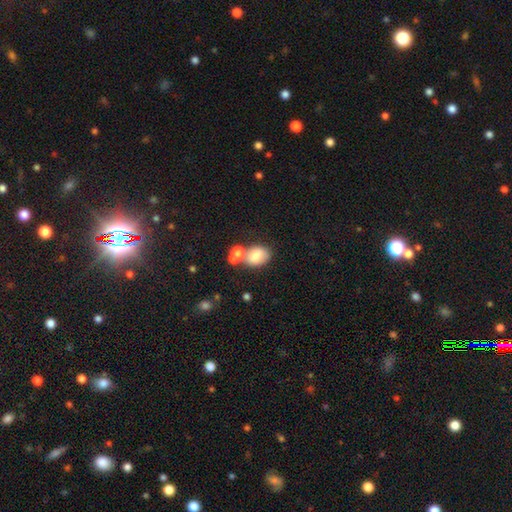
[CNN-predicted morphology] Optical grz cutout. It shows a smooth galaxy with no disk features (76%) that is in between round and cigar-shaped (73%). Merging: none (43%).